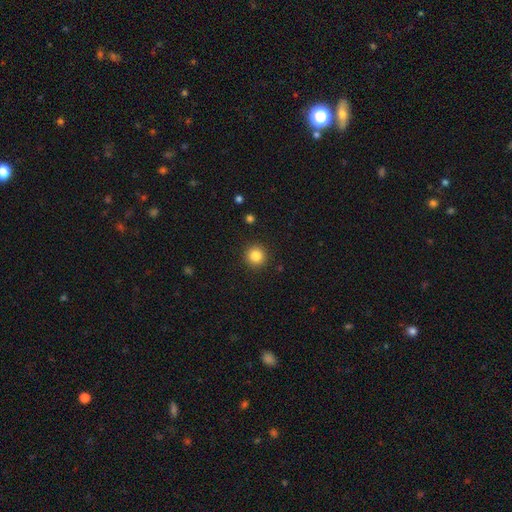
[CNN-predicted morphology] smooth_or_featured: smooth (p=0.84) [alt: star or artifact p=0.11]
how_rounded: round (p=0.95) [alt: in between p=0.04]
merging: none (p=0.92) [alt: minor disturbance p=0.05]